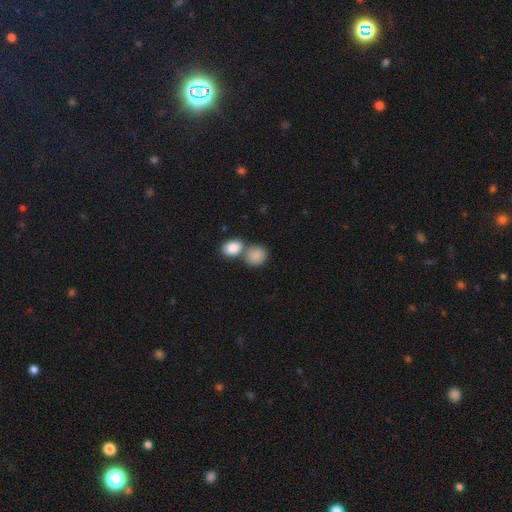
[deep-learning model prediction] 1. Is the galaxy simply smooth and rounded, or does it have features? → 87% smooth, 7% star or artifact, 6% featured or disk.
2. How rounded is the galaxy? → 65% round, 34% in between, 1% cigar-shaped.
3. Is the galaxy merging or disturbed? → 44% none (tied), 44% merger (tied), 8% minor disturbance, 3% major disturbance.